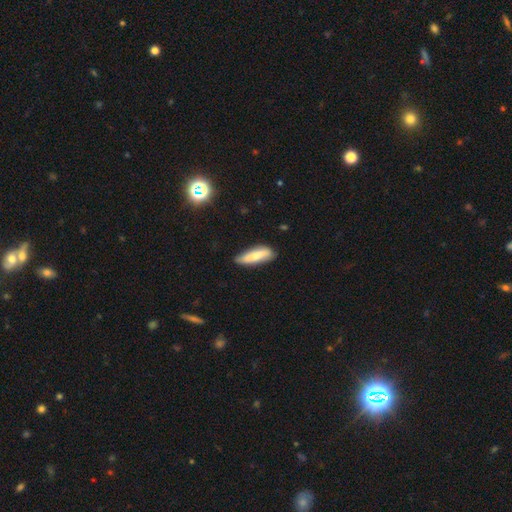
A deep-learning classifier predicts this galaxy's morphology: Smooth or featured: smooth — 71% (featured or disk — 22%)
How rounded: cigar-shaped — 58% (in between — 41%)
Merging: none — 75% (minor disturbance — 20%)